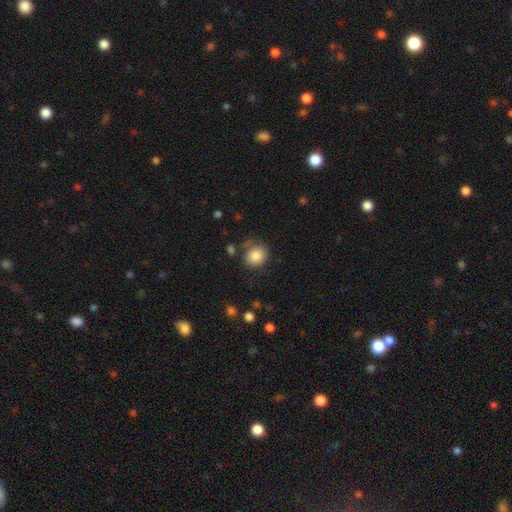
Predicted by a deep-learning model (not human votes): Smooth or featured? Predicted: smooth (p=0.84). How rounded? Predicted: round (p=0.64). Merging? Predicted: none (p=0.73).